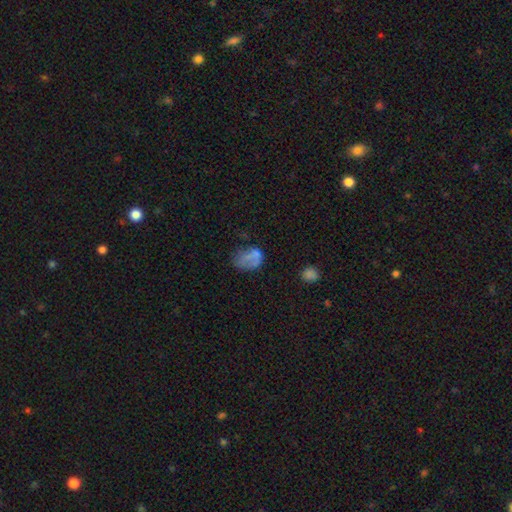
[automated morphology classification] A smooth galaxy with no disk features (60%) that is in between round and cigar-shaped (71%).

Vote fractions:
- Smooth or featured? smooth: 60% / featured or disk: 24% / star or artifact: 15%
- How rounded? in between: 71% / round: 28% / cigar-shaped: 2%
- Merging? none: 37% / minor disturbance: 28% / major disturbance: 27% / merger: 8%